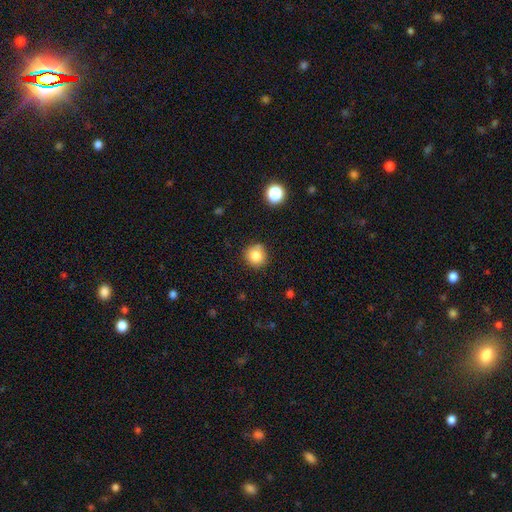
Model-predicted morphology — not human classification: Smooth or featured? smooth (81%)
How rounded? round (91%)
Merging? none (83%)